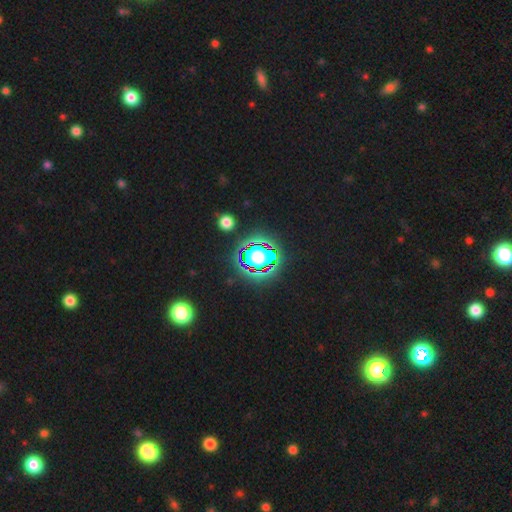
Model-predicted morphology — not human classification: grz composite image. It shows a star or artifact, not a galaxy (73%).